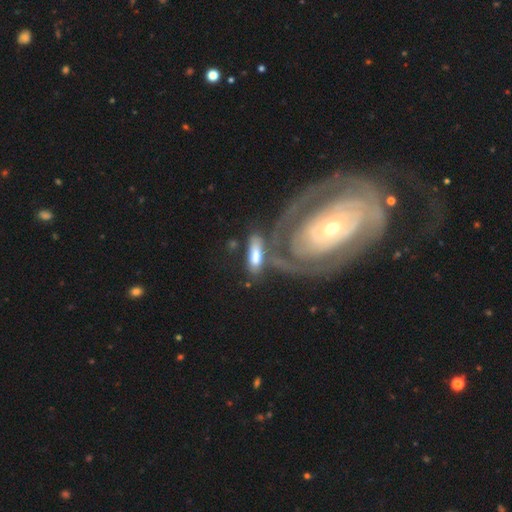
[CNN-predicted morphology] This appears to be a smooth galaxy with no disk features (61%) that is in between round and cigar-shaped (67%). Merging: none (40%).